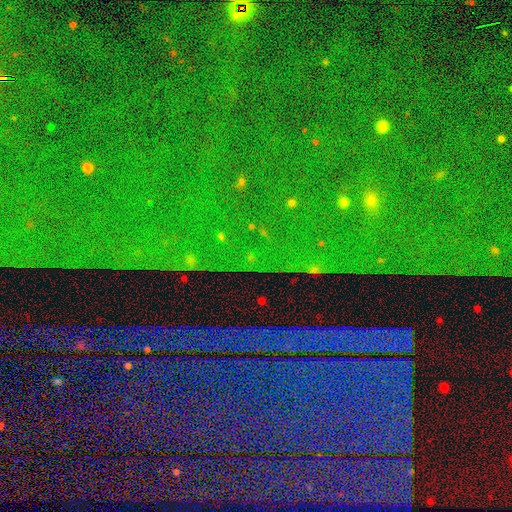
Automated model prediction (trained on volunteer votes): smooth-or-featured: star or artifact: 85% | featured or disk: 7% | smooth: 7%